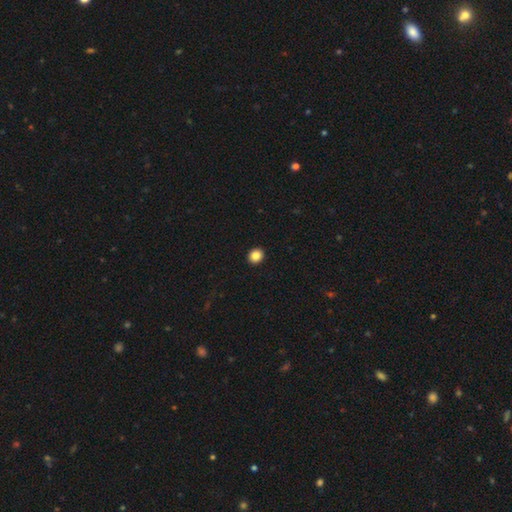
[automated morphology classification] smooth 86%, star or artifact 10%, featured or disk 4%. Down the decision tree: how rounded — round (83%); merging — none (94%).